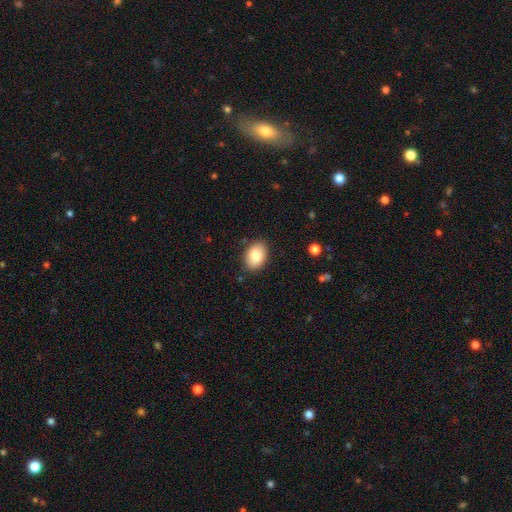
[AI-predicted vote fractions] smooth 85%, featured or disk 8%, star or artifact 7%. Down the decision tree: how rounded — in between (86%); merging — none (84%).